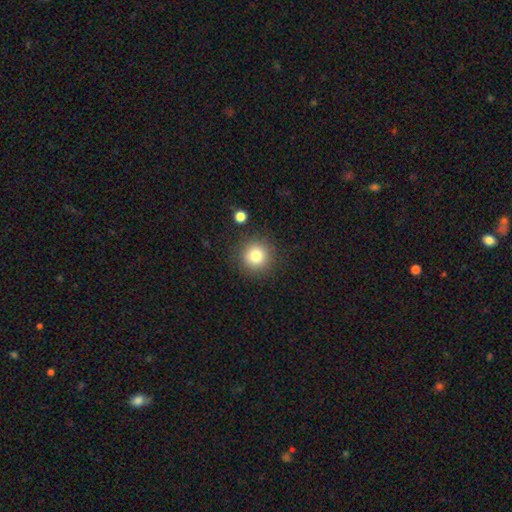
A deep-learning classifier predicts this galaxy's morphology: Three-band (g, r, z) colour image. It shows a smooth galaxy with no disk features (80%) that is round (94%). Merging: none (87%).